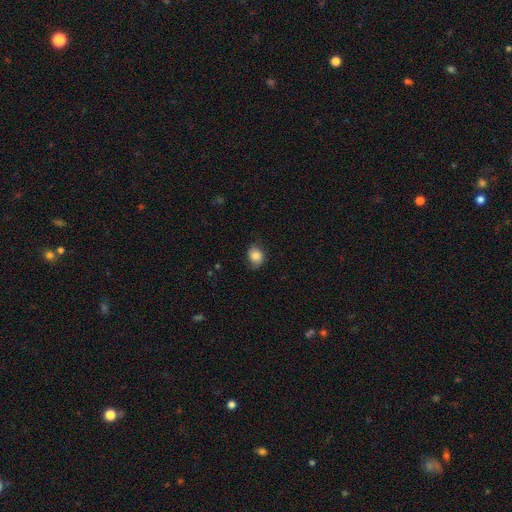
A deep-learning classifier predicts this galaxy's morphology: Smooth or featured?
  - smooth: 83% *
  - featured or disk: 8%
  - star or artifact: 8%
How rounded?
  - round: 53% *
  - in between: 46%
  - cigar-shaped: 1%
Merging?
  - none: 70% *
  - minor disturbance: 23%
  - major disturbance: 5%
  - merger: 1%